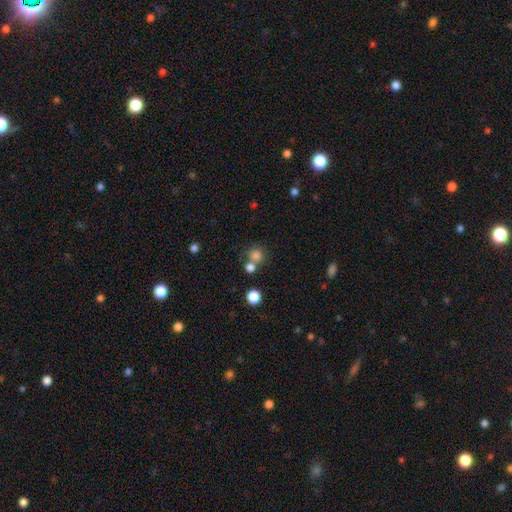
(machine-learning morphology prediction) Smooth or featured? Predicted: smooth (p=0.79). How rounded? Predicted: round (p=0.88). Merging? Predicted: none (p=0.57).